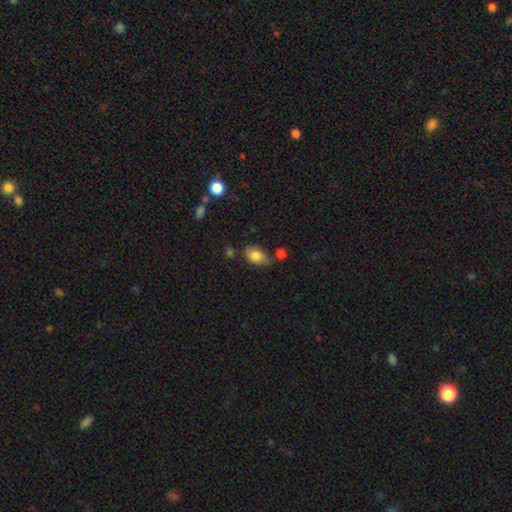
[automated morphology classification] Smooth or featured? smooth (82%)
How rounded? in between (87%)
Merging? none (52%)